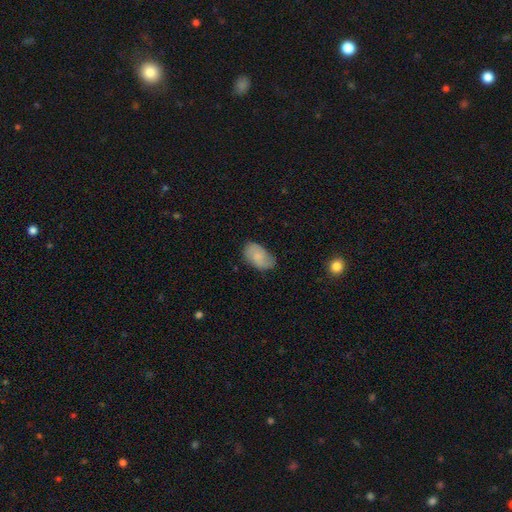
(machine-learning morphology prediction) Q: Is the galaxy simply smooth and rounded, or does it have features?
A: smooth — 73%.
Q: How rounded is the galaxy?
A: in between — 93%.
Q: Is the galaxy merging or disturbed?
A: none — 66%.